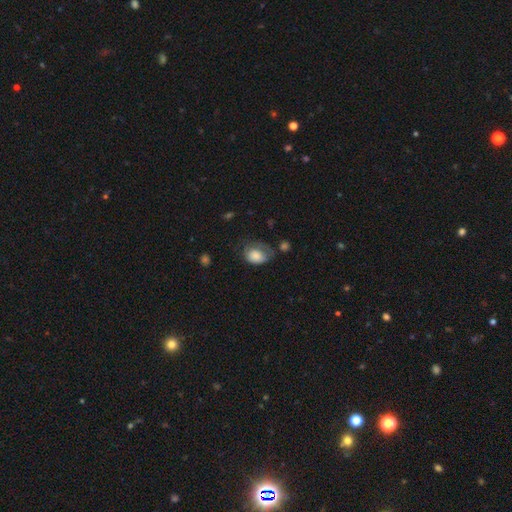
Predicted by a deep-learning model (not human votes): smooth 77%, featured or disk 16%, star or artifact 7%. Down the decision tree: how rounded — in between (74%); merging — none (34%).